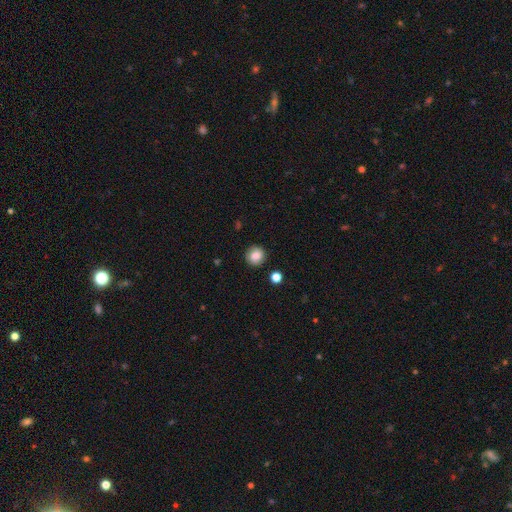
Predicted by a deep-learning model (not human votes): smooth_or_featured: smooth (p=0.81) [alt: featured or disk p=0.09]
how_rounded: round (p=0.91) [alt: in between p=0.08]
merging: none (p=0.88) [alt: minor disturbance p=0.08]